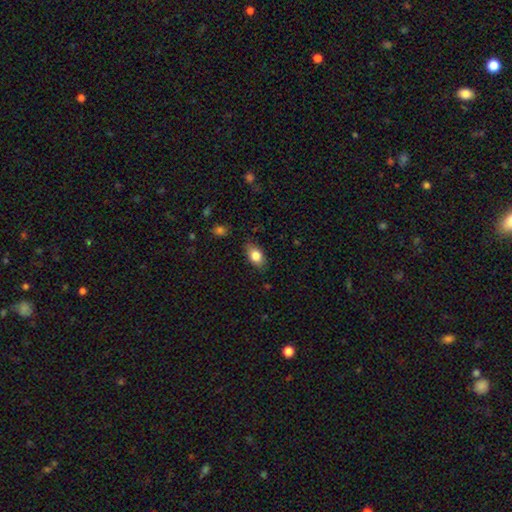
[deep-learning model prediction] Smooth or featured? smooth (82%)
How rounded? in between (86%)
Merging? none (82%)